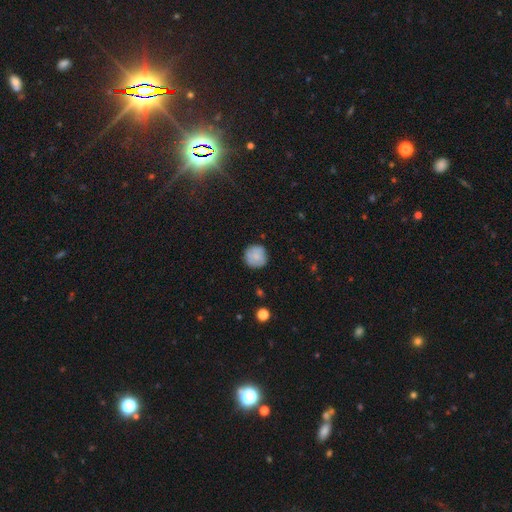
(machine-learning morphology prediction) Q: Smooth or featured?
A: smooth (76%); runner-up: featured or disk (16%)
Q: How rounded?
A: round (93%); runner-up: in between (6%)
Q: Merging?
A: none (83%); runner-up: minor disturbance (13%)